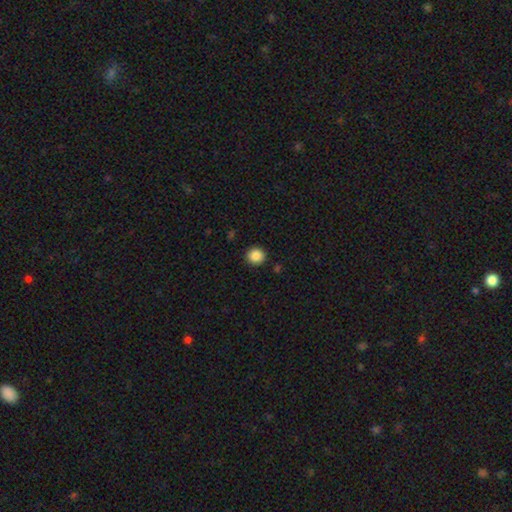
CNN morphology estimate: Overall: smooth (88%). How rounded: round (92%). Merging: none (91%).